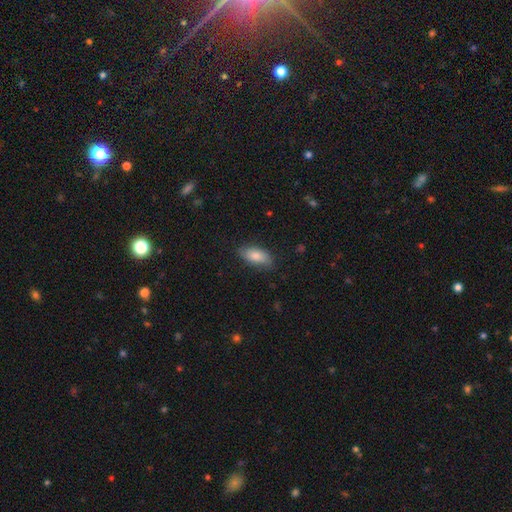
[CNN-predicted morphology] A smooth galaxy with no disk features (82%) that is in between round and cigar-shaped (89%).

Vote fractions:
- Smooth or featured? smooth: 82% / featured or disk: 11% / star or artifact: 7%
- How rounded? in between: 89% / cigar-shaped: 9% / round: 3%
- Merging? none: 80% / minor disturbance: 16% / major disturbance: 3% / merger: 1%